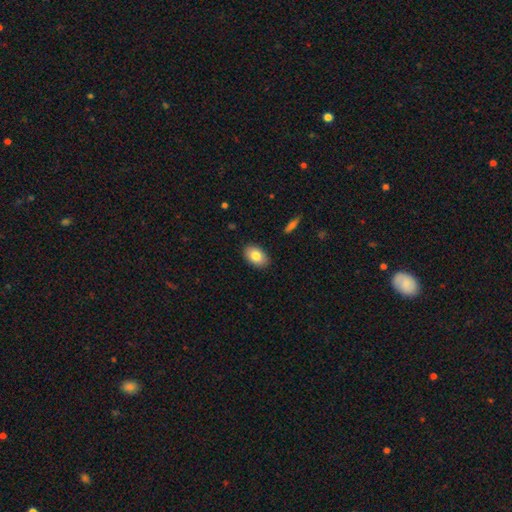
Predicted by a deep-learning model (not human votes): Smooth or featured? Predicted: smooth (p=0.82). How rounded? Predicted: in between (p=0.91). Merging? Predicted: none (p=0.89).